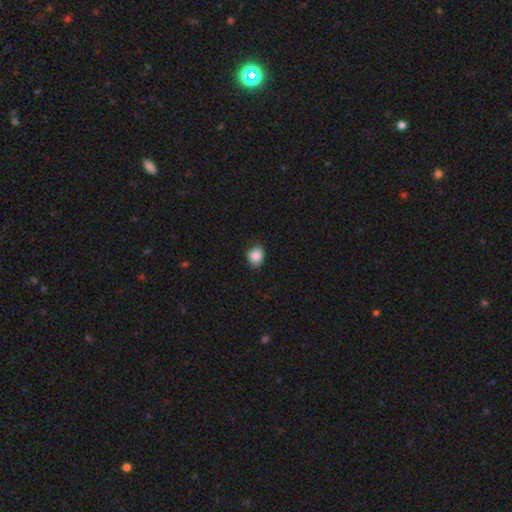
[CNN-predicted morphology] Q: Smooth or featured?
A: smooth (88%); runner-up: star or artifact (9%)
Q: How rounded?
A: round (58%); runner-up: in between (41%)
Q: Merging?
A: none (84%); runner-up: minor disturbance (13%)